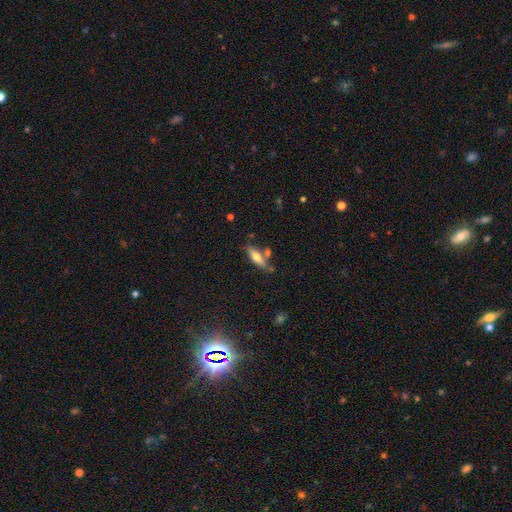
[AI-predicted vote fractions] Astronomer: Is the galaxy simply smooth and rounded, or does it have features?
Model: smooth — 61%.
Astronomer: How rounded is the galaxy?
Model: in between — 51% (runner-up: cigar-shaped, 47%).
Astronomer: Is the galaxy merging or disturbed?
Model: none — 65%.